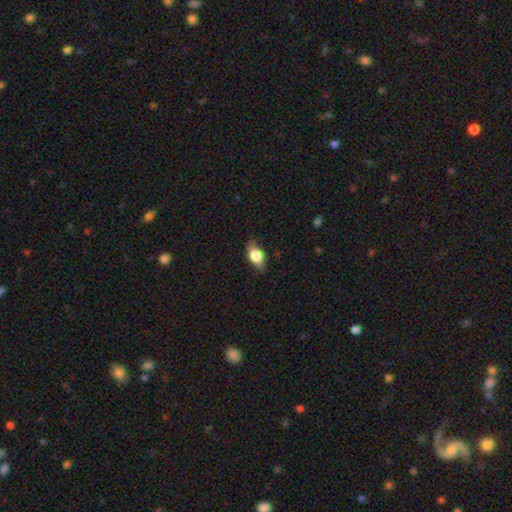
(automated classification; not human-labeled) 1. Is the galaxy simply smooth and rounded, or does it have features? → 74% smooth, 19% featured or disk, 8% star or artifact.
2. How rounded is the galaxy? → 83% in between, 12% round, 5% cigar-shaped.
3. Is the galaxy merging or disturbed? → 76% none, 19% minor disturbance, 4% major disturbance, 1% merger.